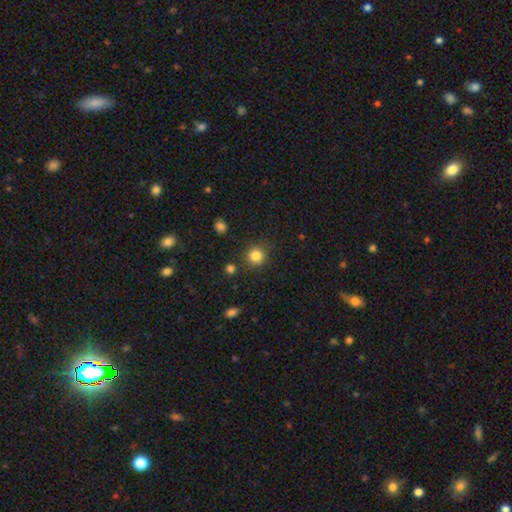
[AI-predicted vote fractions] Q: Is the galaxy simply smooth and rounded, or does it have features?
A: smooth — 84%.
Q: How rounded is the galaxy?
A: round — 90%.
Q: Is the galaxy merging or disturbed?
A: none — 85%.